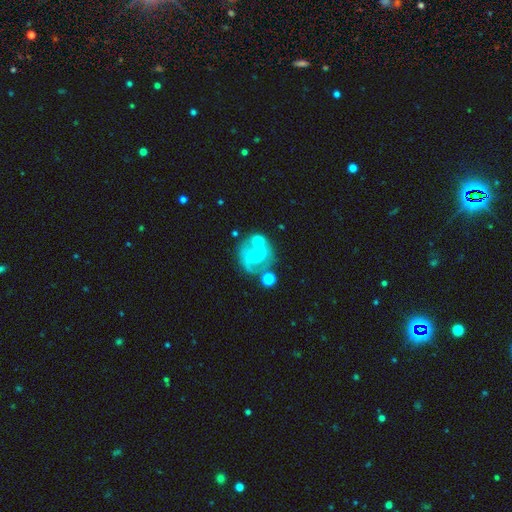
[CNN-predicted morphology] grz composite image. It shows a featured or disk galaxy (77%) with a weak bar (42%), 2 (83%) medium (52%) spiral arms (88%) and a small central bulge (67%). Merging: none (57%).